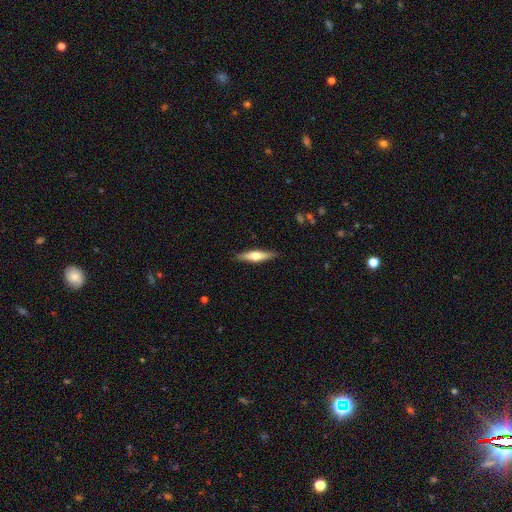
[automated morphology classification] A featured or disk galaxy (50%) viewed edge-on (93%).

Vote fractions:
- Smooth or featured? featured or disk: 50% / smooth: 44% / star or artifact: 6%
- Edge-on disk? yes: 93% / no: 7%
- Merging? none: 88% / minor disturbance: 9% / major disturbance: 2% / merger: 1%